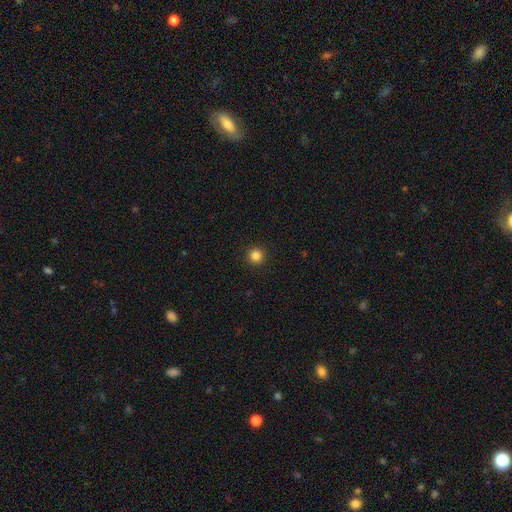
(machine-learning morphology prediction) smooth 85%, star or artifact 12%, featured or disk 4%. Down the decision tree: how rounded — round (96%); merging — none (93%).